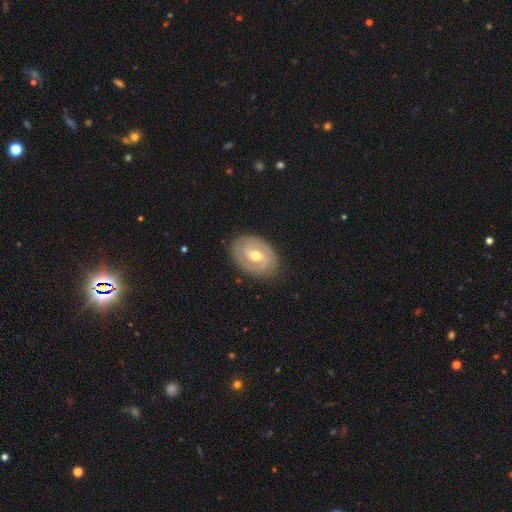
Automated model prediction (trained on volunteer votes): featured or disk 77%, smooth 18%, star or artifact 5%. Down the decision tree: edge-on disk — no (96%); bar — weak (50%); spiral arms — yes (88%); spiral arm count — 2 (76%); spiral winding — tight (53%); bulge size — moderate (62%); merging — none (83%).